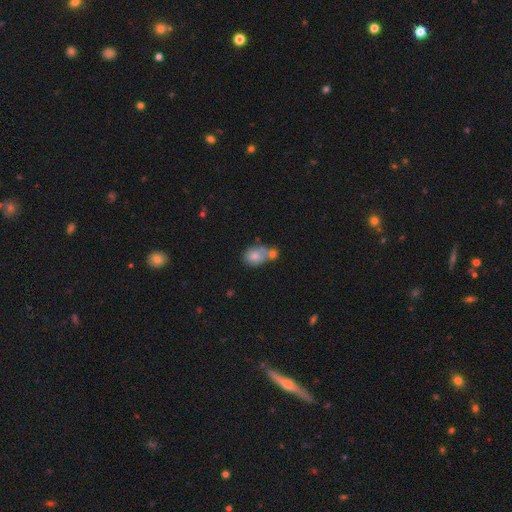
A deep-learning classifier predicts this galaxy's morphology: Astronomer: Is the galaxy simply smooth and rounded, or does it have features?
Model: smooth — 69%.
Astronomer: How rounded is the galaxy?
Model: in between — 58% (runner-up: round, 41%).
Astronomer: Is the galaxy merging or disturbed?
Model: merger — 50% (runner-up: none, 28%).